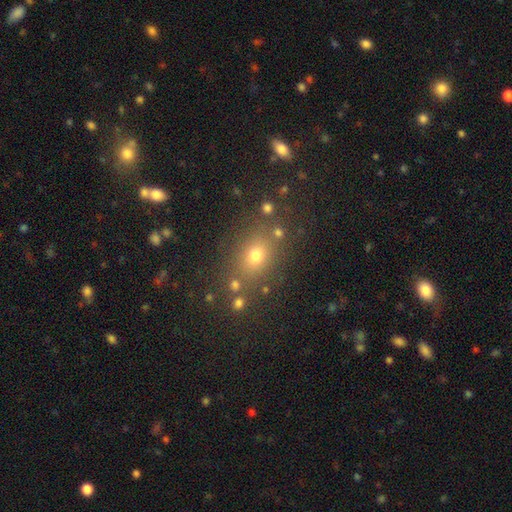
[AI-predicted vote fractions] Smooth or featured? smooth (67%)
How rounded? in between (53%)
Merging? none (77%)